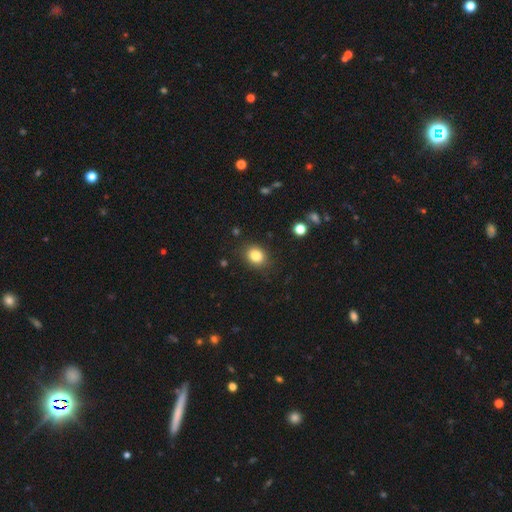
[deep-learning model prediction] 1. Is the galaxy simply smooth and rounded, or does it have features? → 83% smooth, 11% star or artifact, 6% featured or disk.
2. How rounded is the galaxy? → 53% round, 46% in between, 1% cigar-shaped.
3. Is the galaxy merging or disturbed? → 85% none, 10% minor disturbance, 3% major disturbance, 2% merger.